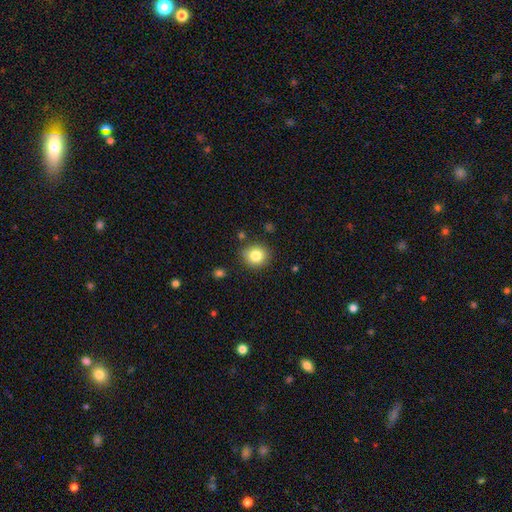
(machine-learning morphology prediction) smooth_or_featured: smooth (p=0.82) [alt: star or artifact p=0.10]
how_rounded: round (p=0.84) [alt: in between p=0.15]
merging: none (p=0.86) [alt: minor disturbance p=0.09]